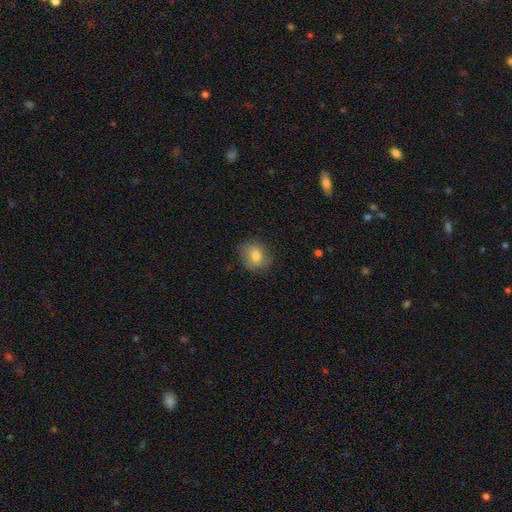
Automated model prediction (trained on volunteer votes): This is likely a smooth galaxy (71%). How rounded: likely round (63%). Merging: likely none (76%).